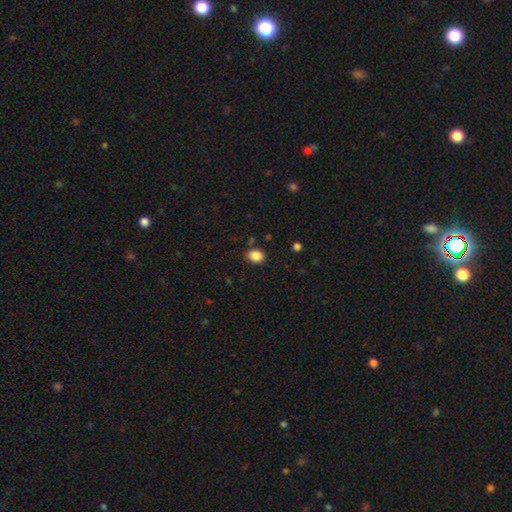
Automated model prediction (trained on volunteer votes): Smooth or featured? Predicted: smooth (p=0.87). How rounded? Predicted: round (p=0.52). Merging? Predicted: none (p=0.85).